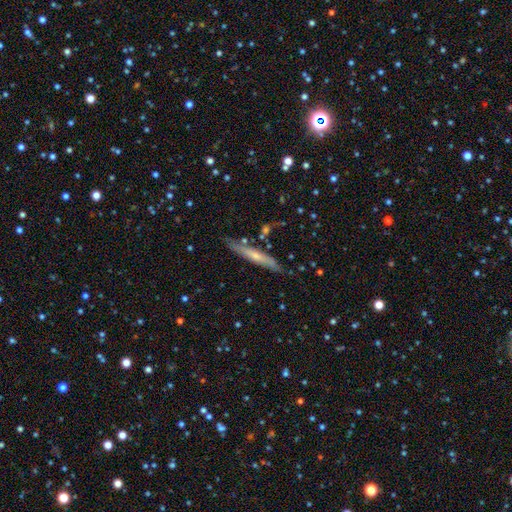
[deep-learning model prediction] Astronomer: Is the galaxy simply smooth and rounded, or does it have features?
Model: featured or disk — 51% (runner-up: smooth, 43%).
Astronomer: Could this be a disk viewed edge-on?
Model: yes — 86%.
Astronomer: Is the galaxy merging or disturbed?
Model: none — 79%.